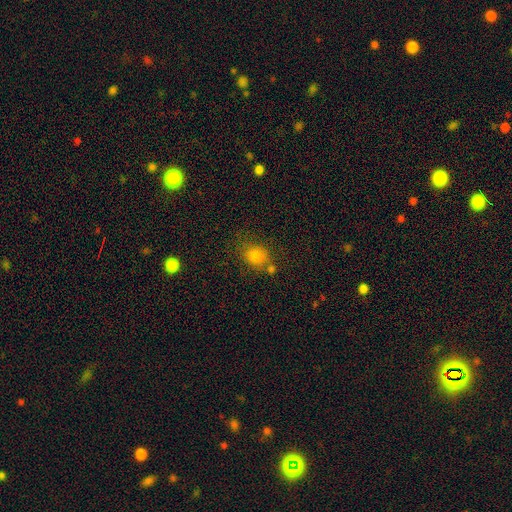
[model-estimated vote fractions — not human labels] This appears to be a smooth galaxy with no disk features (79%) that is round (65%). Merging: none (63%).